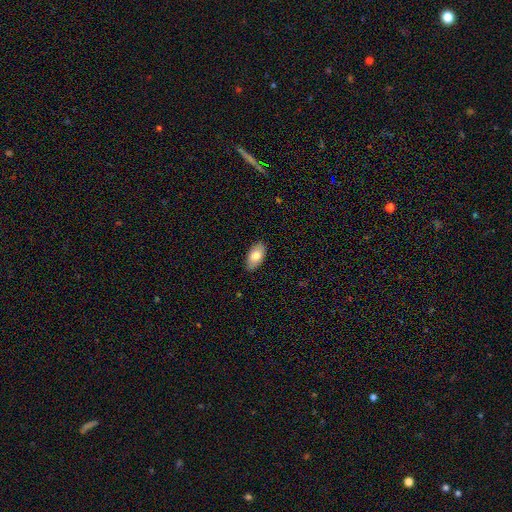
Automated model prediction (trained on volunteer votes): The model was most divided on "smooth or featured": smooth: 77%, featured or disk: 16%, star or artifact: 6%. More confident: how rounded — in between (94%); merging — none (87%).